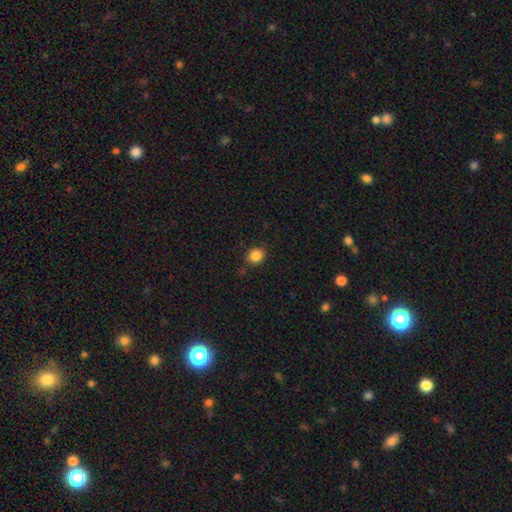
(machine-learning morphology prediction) This is clearly a smooth galaxy (85%). How rounded: clearly round (89%). Merging: clearly none (84%).